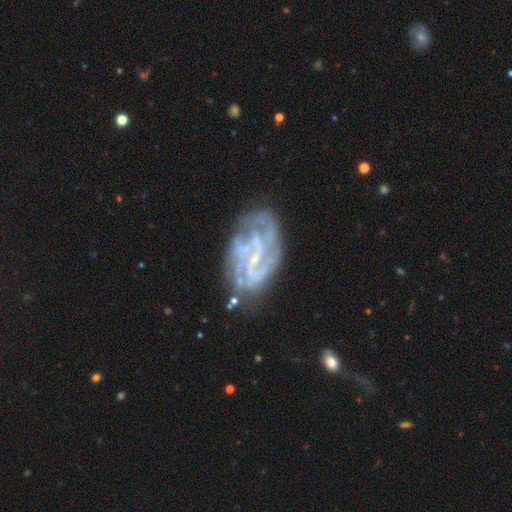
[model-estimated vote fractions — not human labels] smooth-or-featured: featured or disk: 80% | star or artifact: 10% | smooth: 10%
  disk-edge-on: no: 96% | yes: 4%
    bar: weak: 42% | no: 36% | strong: 22%
    has-spiral-arms: yes: 85% | no: 15%
      spiral-winding: tight: 48% | medium: 36% | loose: 15%
      spiral-arm-count: can't tell: 35% | 2: 24% | 3: 17% | 4: 10% | more than 4: 7% | 1: 7%
    bulge-size: small: 61% | none: 24% | moderate: 13% | large: 1% | dominant: 1%
  merging: none: 65% | minor disturbance: 18% | major disturbance: 12% | merger: 4%